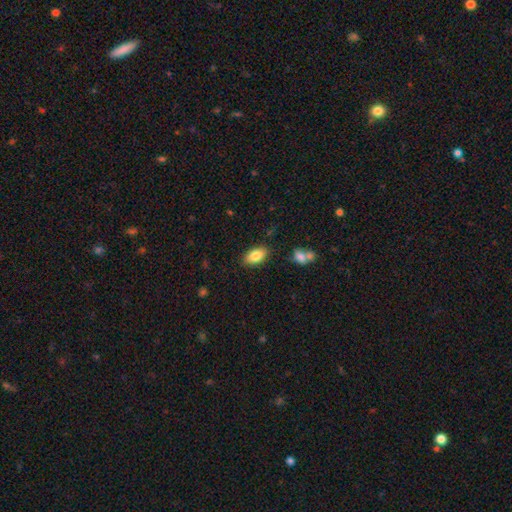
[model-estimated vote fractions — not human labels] Smooth or featured? smooth (83%)
How rounded? in between (91%)
Merging? none (83%)